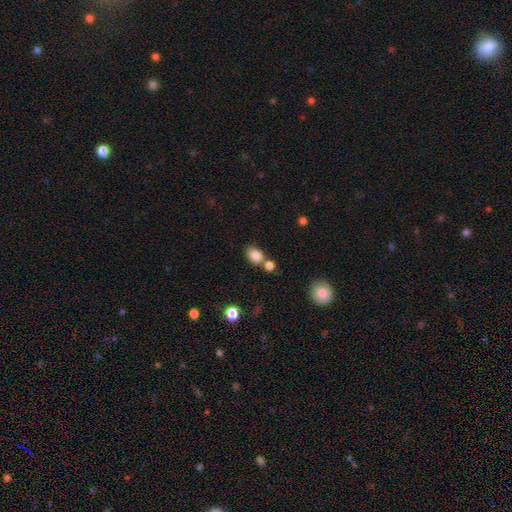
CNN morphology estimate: type=smooth (84%); roundness=in between (72%); merging=none (56%).